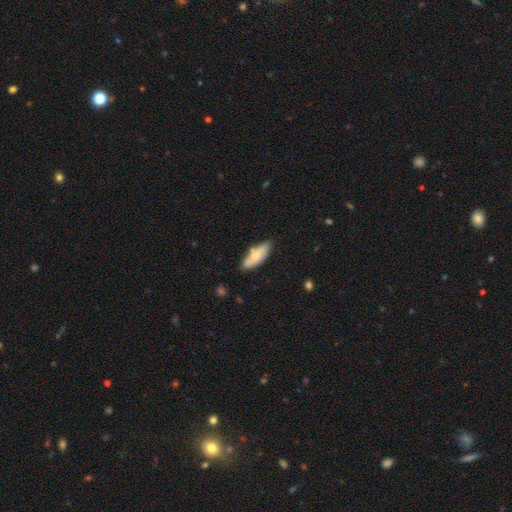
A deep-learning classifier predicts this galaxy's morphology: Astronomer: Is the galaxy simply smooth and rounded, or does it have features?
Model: smooth — 65%.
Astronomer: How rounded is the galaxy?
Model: in between — 70%.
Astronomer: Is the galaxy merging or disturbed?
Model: none — 73%.